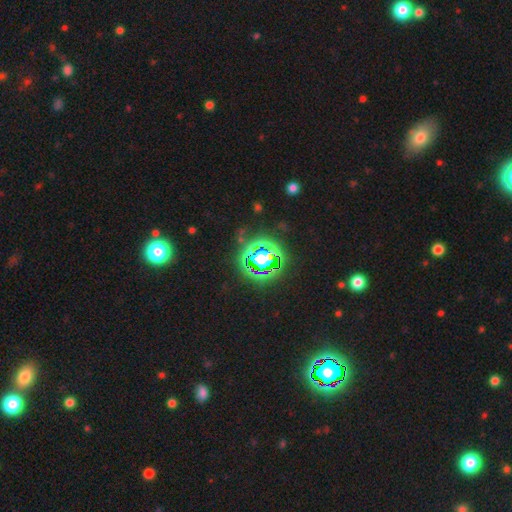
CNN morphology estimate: smooth-or-featured: star or artifact: 81% | smooth: 12% | featured or disk: 7%